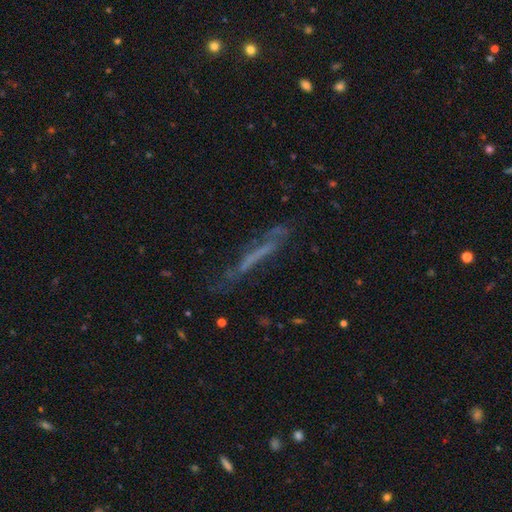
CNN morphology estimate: A featured or disk galaxy (54%) viewed edge-on (72%). Merging: none (55%).